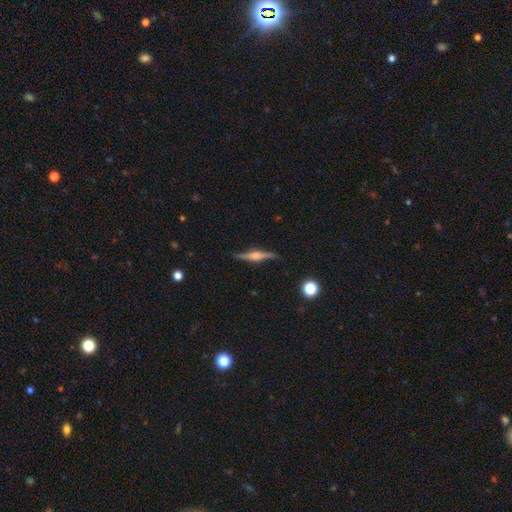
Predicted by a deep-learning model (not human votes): smooth_or_featured: featured or disk (p=0.76) [alt: smooth p=0.18]
disk_edge_on: yes (p=0.96) [alt: no p=0.04]
edge_on_bulge: rounded (p=0.80) [alt: boxy p=0.16]
merging: none (p=0.84) [alt: minor disturbance p=0.12]